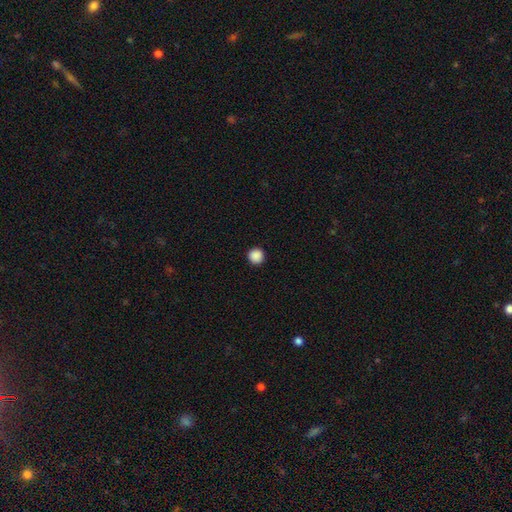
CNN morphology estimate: A smooth galaxy with no disk features (89%) that is round (96%). Merging: none (93%).